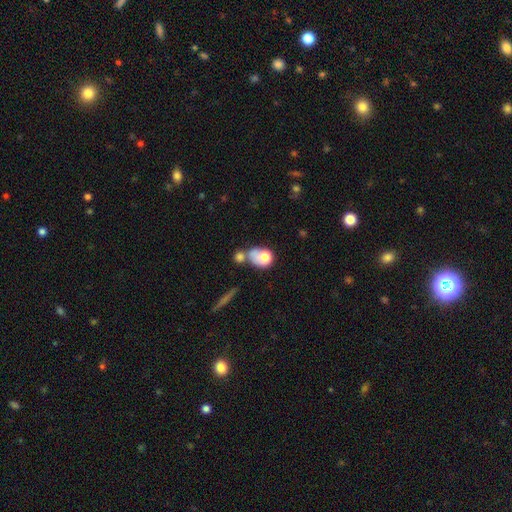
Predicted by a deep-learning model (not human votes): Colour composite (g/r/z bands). It shows a smooth galaxy with no disk features (68%) that is in between round and cigar-shaped (49%, tied with round). Merging: merger (44%).